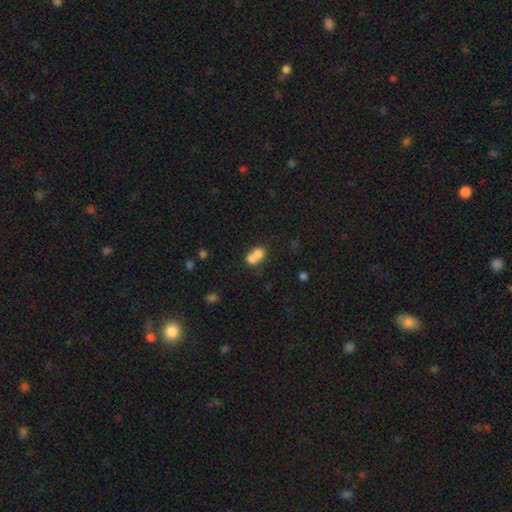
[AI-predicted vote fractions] Smooth or featured: smooth — 72% (featured or disk — 17%)
How rounded: in between — 53% (round — 45%)
Merging: merger — 68% (none — 21%)